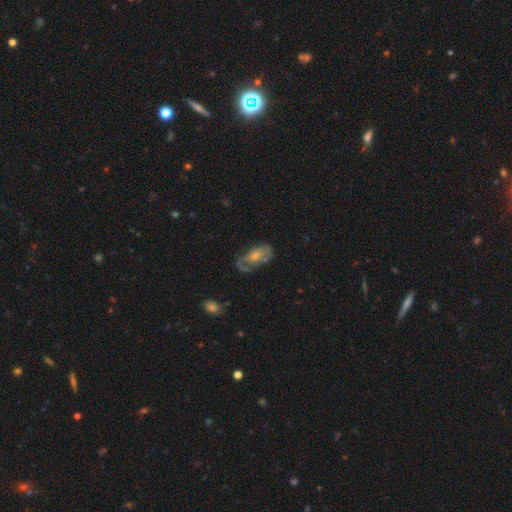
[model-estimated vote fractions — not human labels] Smooth or featured?
  - featured or disk: 55% *
  - smooth: 37%
  - star or artifact: 7%
Edge-on disk?
  - no: 93% *
  - yes: 7%
Bar?
  - no: 74% *
  - weak: 22%
  - strong: 4%
Spiral arms?
  - yes: 61% *
  - no: 39%
Bulge size?
  - small: 45% *
  - moderate: 43%
  - none: 6%
  - large: 5%
  - dominant: 1%
Merging?
  - none: 45% *
  - minor disturbance: 28%
  - major disturbance: 24%
  - merger: 3%